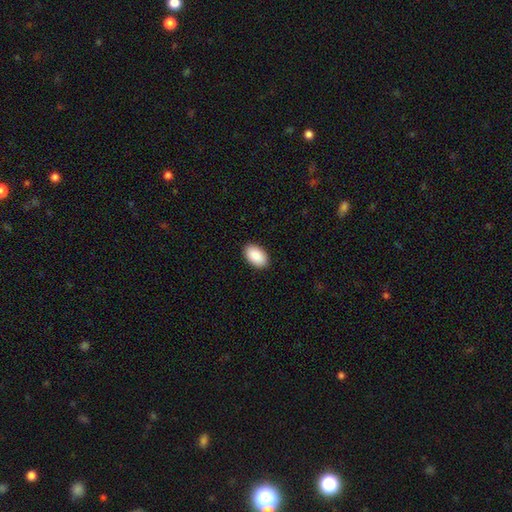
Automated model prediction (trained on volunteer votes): A smooth galaxy with no disk features (91%) that is in between round and cigar-shaped (95%). Merging: none (90%).